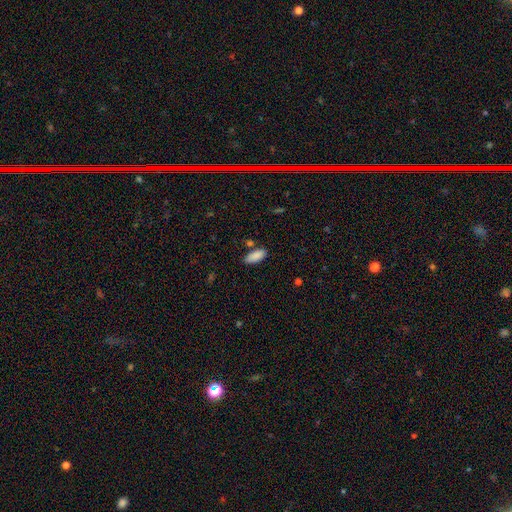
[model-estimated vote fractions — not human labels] Smooth or featured? Predicted: smooth (p=0.89). How rounded? Predicted: in between (p=0.83). Merging? Predicted: none (p=0.78).